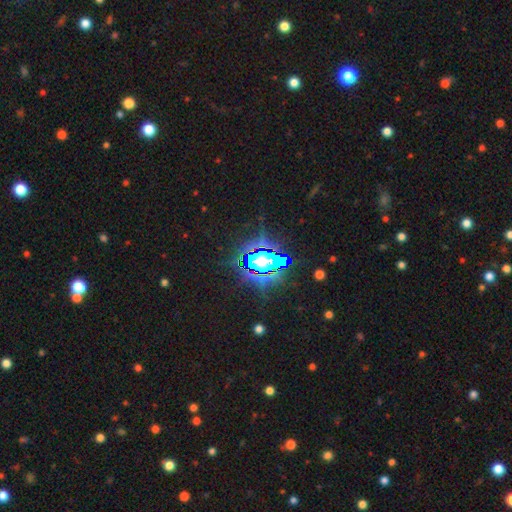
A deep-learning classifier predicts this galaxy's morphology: Smooth or featured?
  - star or artifact: 82% *
  - smooth: 11%
  - featured or disk: 8%